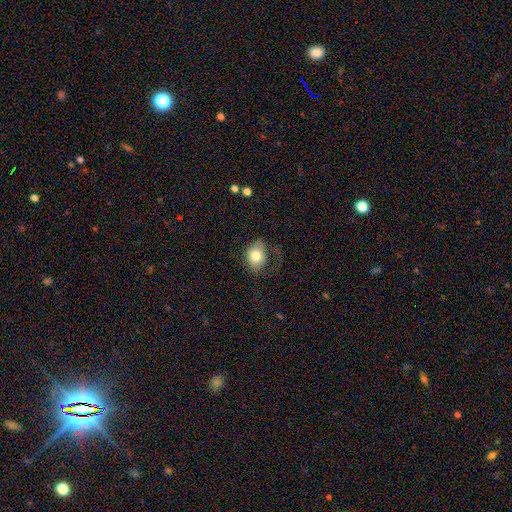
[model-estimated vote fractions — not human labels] Smooth or featured? Predicted: smooth (p=0.76). How rounded? Predicted: in between (p=0.57). Merging? Predicted: none (p=0.49).